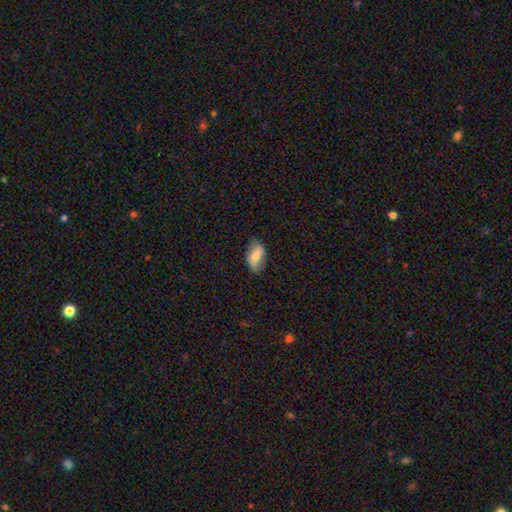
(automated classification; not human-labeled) smooth-or-featured: smooth: 64% | featured or disk: 28% | star or artifact: 7%
  how-rounded: in between: 91% | round: 5% | cigar-shaped: 4%
  merging: none: 74% | minor disturbance: 20% | major disturbance: 5% | merger: 1%